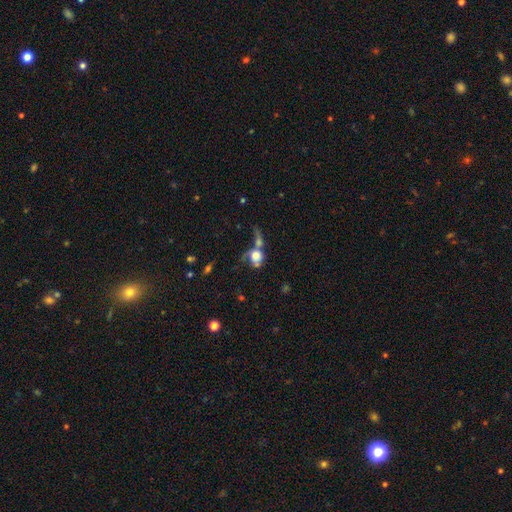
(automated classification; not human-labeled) A smooth galaxy with no disk features (61%) that is round (69%). Merging: merger (52%).